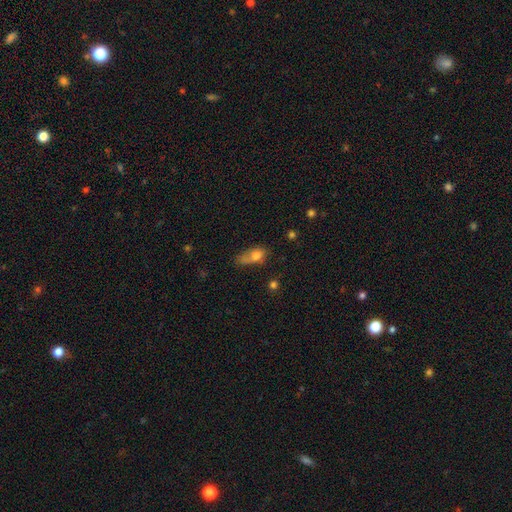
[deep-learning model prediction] Morphology: type=smooth (74%); roundness=in between (76%); merging=none (31%, tied with minor disturbance).